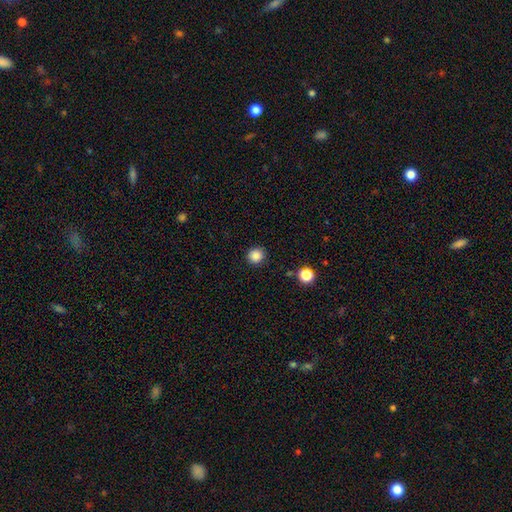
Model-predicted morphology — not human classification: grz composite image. It shows a smooth galaxy with no disk features (86%) that is round (93%). Merging: none (90%).